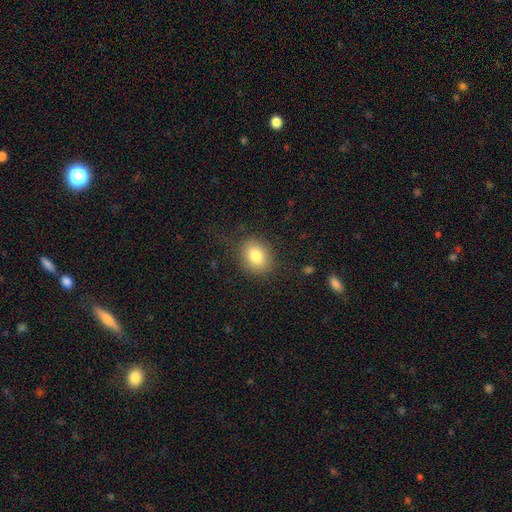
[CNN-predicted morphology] Smooth or featured? Predicted: smooth (p=0.81). How rounded? Predicted: in between (p=0.50). Merging? Predicted: none (p=0.81).